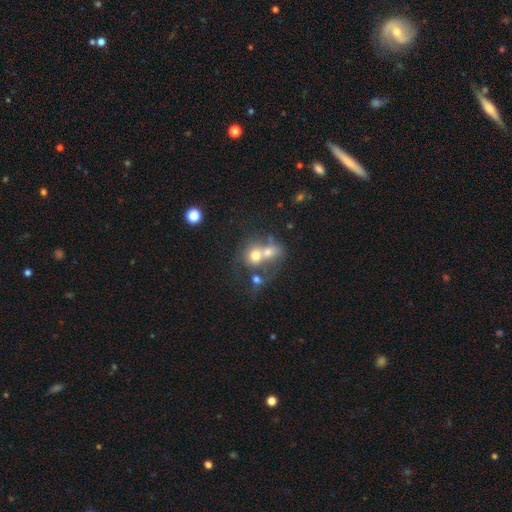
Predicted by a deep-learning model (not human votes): Smooth or featured: smooth — 63% (featured or disk — 25%)
How rounded: round — 68% (in between — 30%)
Merging: merger — 68% (none — 19%)